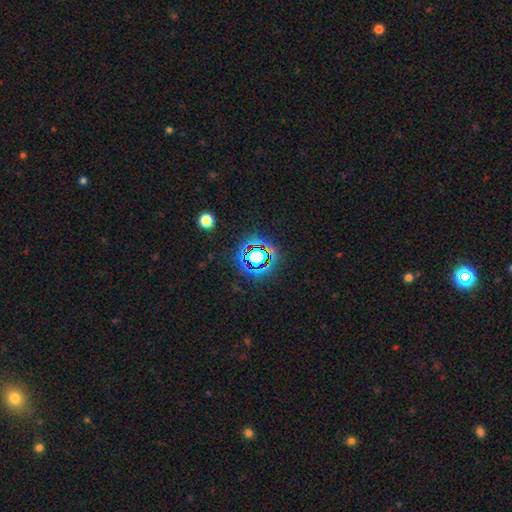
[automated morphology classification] Smooth or featured? Predicted: star or artifact (p=0.68).